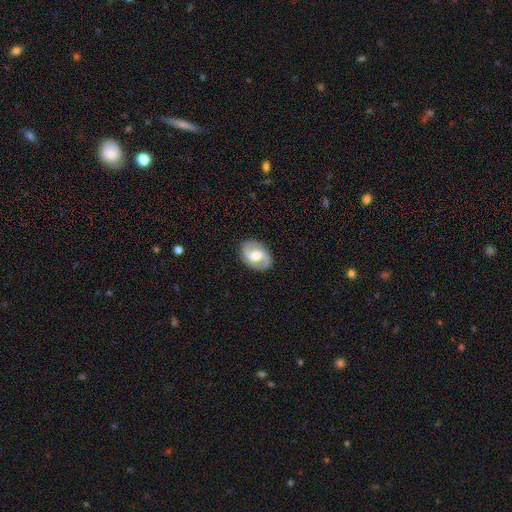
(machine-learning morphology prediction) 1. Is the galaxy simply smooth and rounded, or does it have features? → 80% featured or disk, 15% smooth, 5% star or artifact.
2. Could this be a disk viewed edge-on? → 97% no, 3% yes.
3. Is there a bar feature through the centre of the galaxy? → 49% weak, 31% no, 20% strong.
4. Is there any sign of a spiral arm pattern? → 91% yes, 9% no.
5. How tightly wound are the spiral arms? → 47% medium, 35% loose, 18% tight.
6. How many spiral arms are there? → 93% 2, 3% can't tell, 2% 1, 1% 3, 1% 4, 1% more than 4.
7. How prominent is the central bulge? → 67% moderate, 18% large, 12% small, 2% none, 1% dominant.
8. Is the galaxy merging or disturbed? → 87% none, 9% minor disturbance, 3% major disturbance, 1% merger.